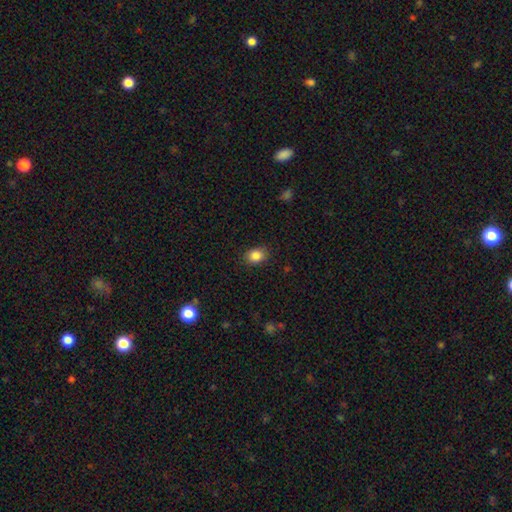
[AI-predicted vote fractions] Smooth or featured? Predicted: smooth (p=0.86). How rounded? Predicted: in between (p=0.55). Merging? Predicted: none (p=0.86).